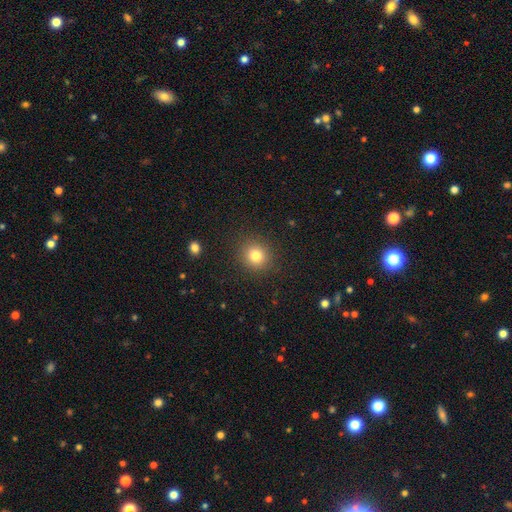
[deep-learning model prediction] This appears to be a smooth galaxy with no disk features (80%) that is round (87%). Merging: none (89%).